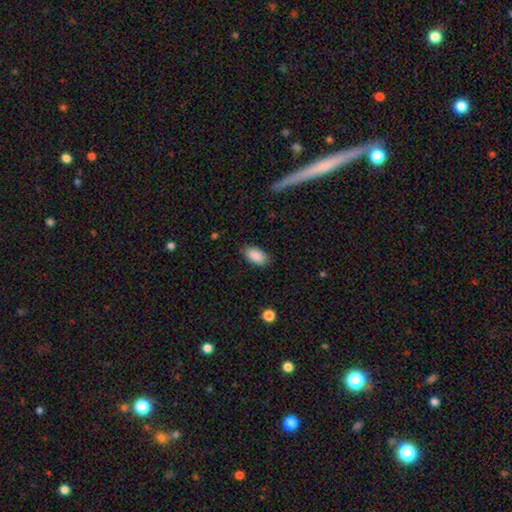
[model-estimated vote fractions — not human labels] The model was most divided on "merging": none: 85%, minor disturbance: 11%, major disturbance: 3%, merger: 1%. More confident: how rounded — in between (94%); smooth or featured — smooth (90%).